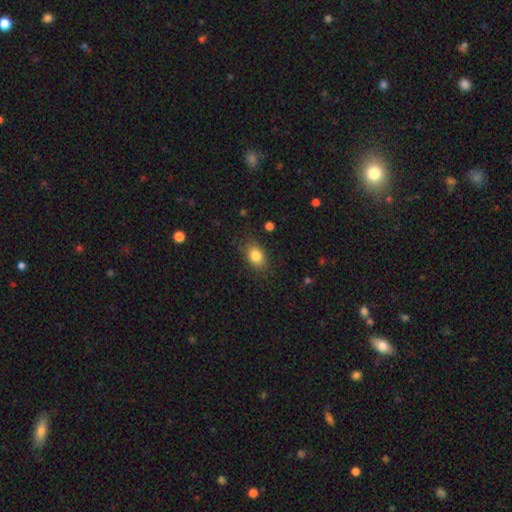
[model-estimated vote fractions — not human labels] Q: Smooth or featured?
A: smooth (83%); runner-up: star or artifact (9%)
Q: How rounded?
A: in between (76%); runner-up: round (23%)
Q: Merging?
A: none (81%); runner-up: minor disturbance (14%)